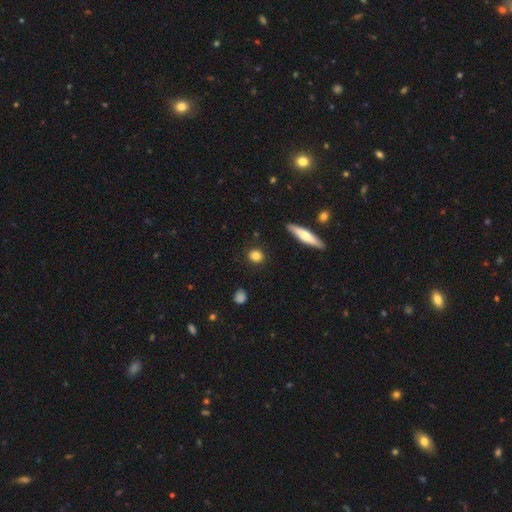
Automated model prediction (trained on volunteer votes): A smooth galaxy with no disk features (83%) that is round (82%). Merging: none (89%).